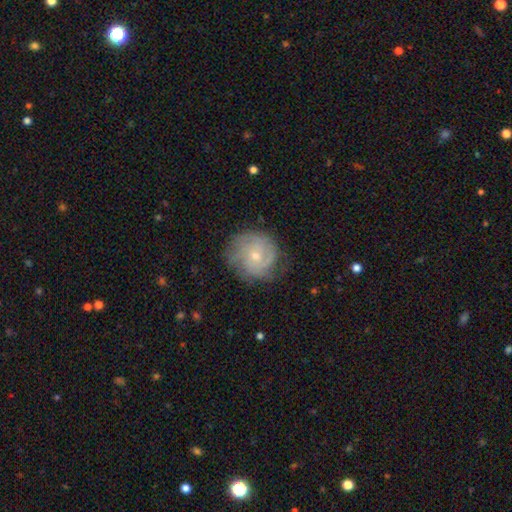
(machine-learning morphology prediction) Q: Smooth or featured?
A: featured or disk (71%); runner-up: smooth (22%)
Q: Edge-on disk?
A: no (98%); runner-up: yes (2%)
Q: Bar?
A: no (77%); runner-up: weak (21%)
Q: Spiral arms?
A: yes (91%); runner-up: no (9%)
Q: Spiral winding?
A: tight (61%); runner-up: medium (30%)
Q: Spiral arm count?
A: can't tell (37%); runner-up: 3 (24%)
Q: Bulge size?
A: small (65%); runner-up: moderate (31%)
Q: Merging?
A: none (73%); runner-up: minor disturbance (19%)